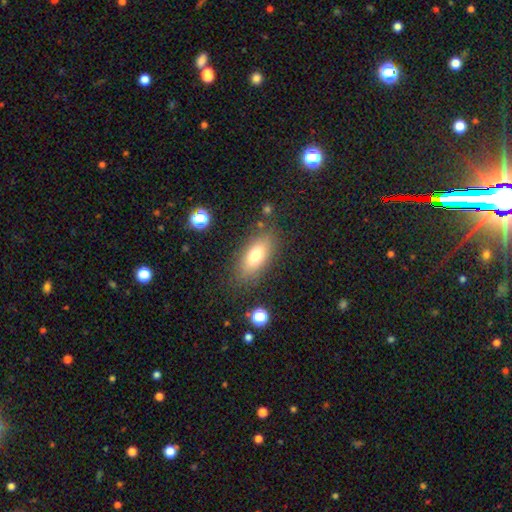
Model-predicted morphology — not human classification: A smooth galaxy with no disk features (72%) that is in between round and cigar-shaped (81%).

Vote fractions:
- Smooth or featured? smooth: 72% / featured or disk: 18% / star or artifact: 10%
- How rounded? in between: 81% / cigar-shaped: 14% / round: 5%
- Merging? none: 81% / minor disturbance: 12% / major disturbance: 5% / merger: 3%